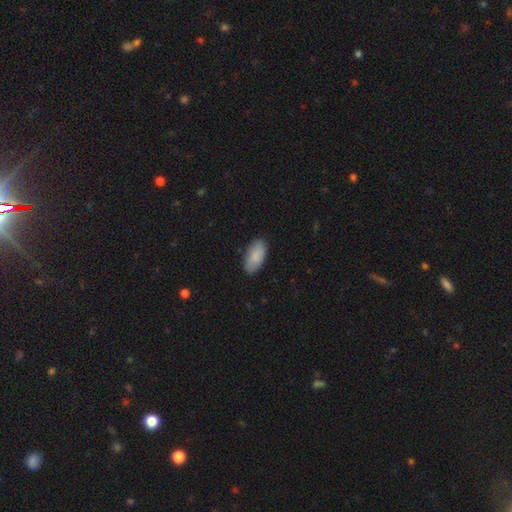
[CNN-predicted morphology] This appears to be a smooth galaxy with no disk features (86%) that is in between round and cigar-shaped (94%). Merging: none (85%).